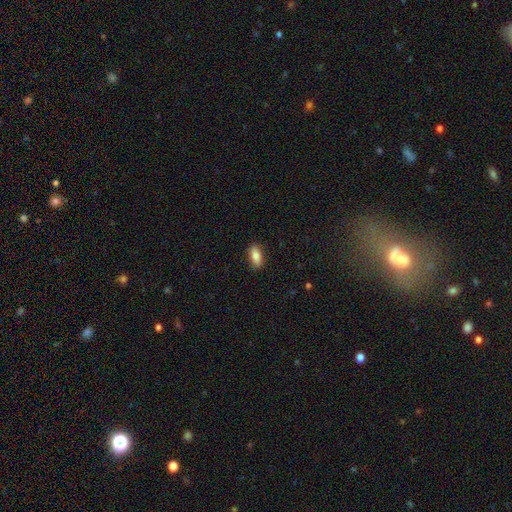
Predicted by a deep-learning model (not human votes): Smooth or featured: smooth — 82% (featured or disk — 11%)
How rounded: in between — 82% (cigar-shaped — 15%)
Merging: none — 86% (minor disturbance — 11%)